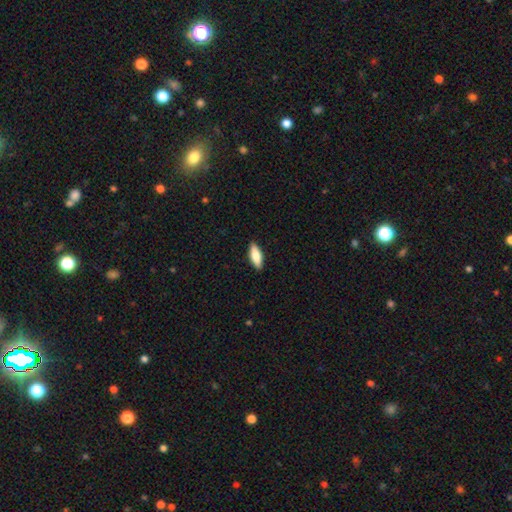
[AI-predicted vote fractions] smooth_or_featured: smooth (p=0.77) [alt: featured or disk p=0.17]
how_rounded: in between (p=0.66) [alt: cigar-shaped p=0.32]
merging: none (p=0.89) [alt: minor disturbance p=0.08]